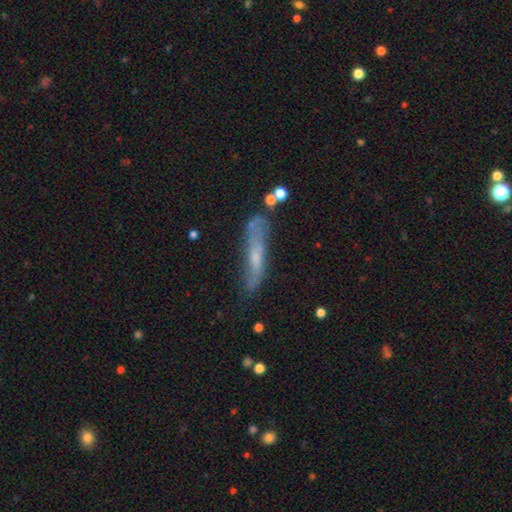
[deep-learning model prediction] smooth-or-featured: featured or disk: 50% | smooth: 41% | star or artifact: 9%
  merging: none: 58% | minor disturbance: 25% | major disturbance: 11% | merger: 7%